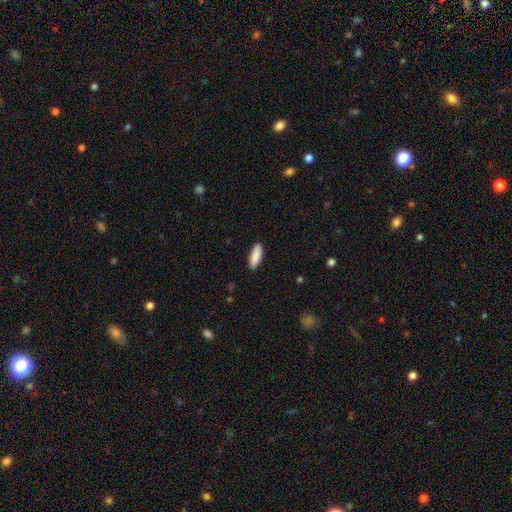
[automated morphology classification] A smooth galaxy with no disk features (90%) that is in between round and cigar-shaped (62%). Merging: none (90%).